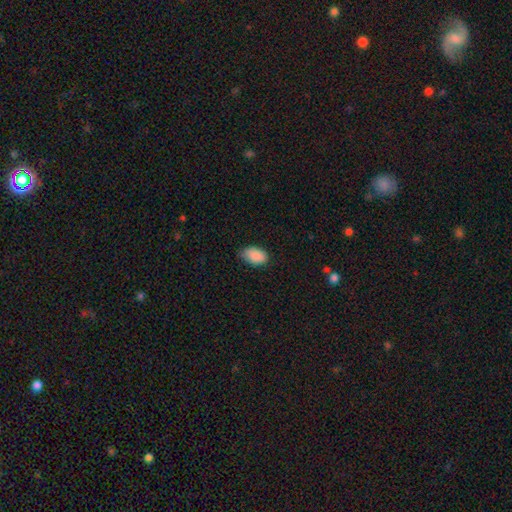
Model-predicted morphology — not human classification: Overall: smooth (89%). How rounded: in between (92%). Merging: none (69%).